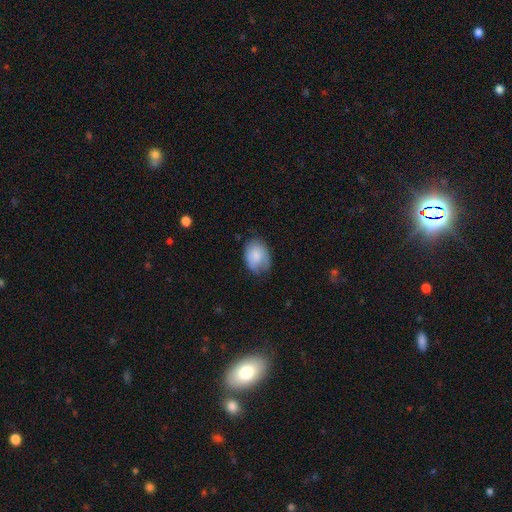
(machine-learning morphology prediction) A smooth galaxy with no disk features (74%) that is in between round and cigar-shaped (74%). Merging: none (63%).